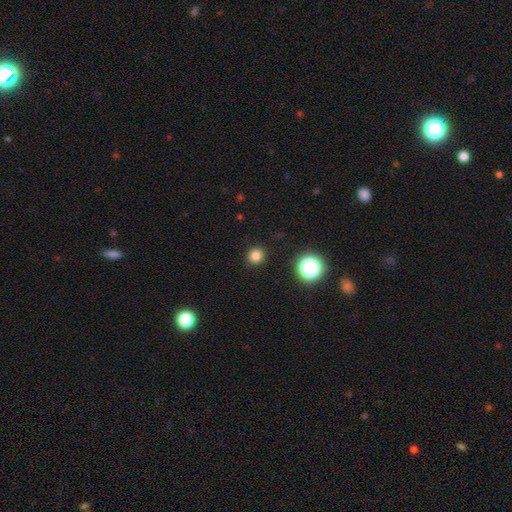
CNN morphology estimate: Overall: smooth (80%). How rounded: round (90%). Merging: none (92%).